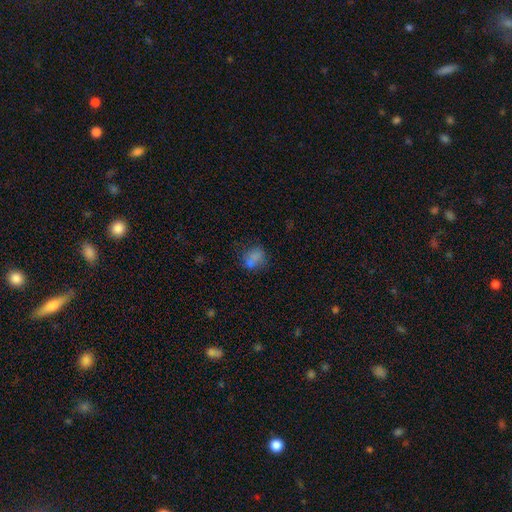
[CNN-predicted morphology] Smooth or featured: smooth — 68% (star or artifact — 16%)
How rounded: in between — 53% (round — 45%)
Merging: none — 57% (minor disturbance — 18%)